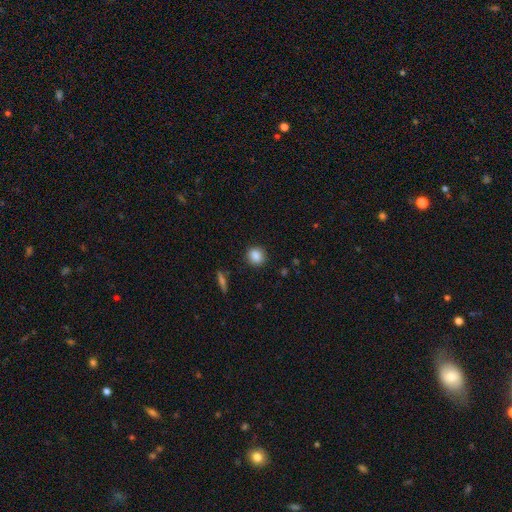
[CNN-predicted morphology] A smooth galaxy with no disk features (86%) that is round (79%). Merging: none (89%).